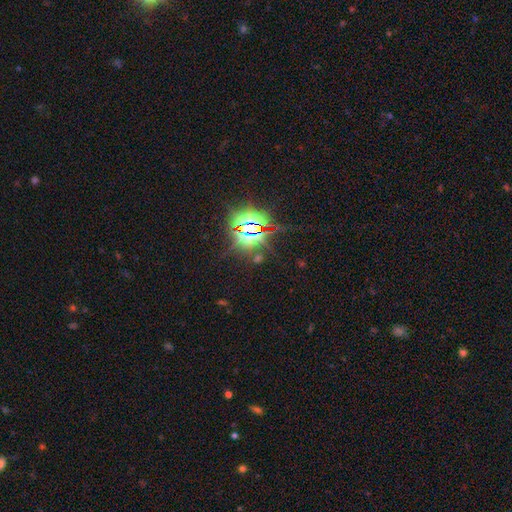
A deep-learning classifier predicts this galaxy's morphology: smooth-or-featured: star or artifact: 84% | smooth: 9% | featured or disk: 8%